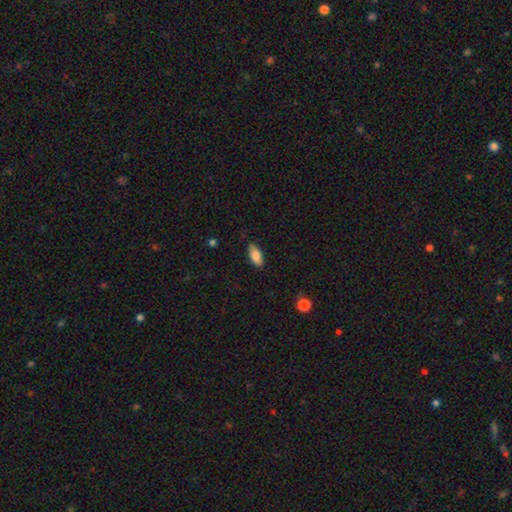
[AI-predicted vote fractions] This is clearly a smooth galaxy (84%). How rounded: clearly in between (85%). Merging: clearly none (83%).